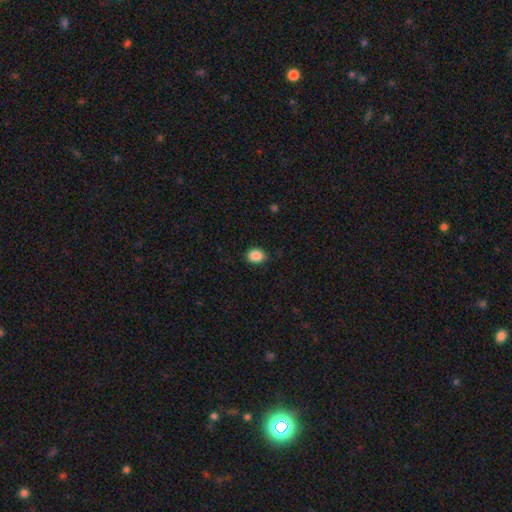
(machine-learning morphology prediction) A smooth galaxy with no disk features (88%) that is in between round and cigar-shaped (53%).

Vote fractions:
- Smooth or featured? smooth: 88% / star or artifact: 9% / featured or disk: 3%
- How rounded? in between: 53% / round: 46% / cigar-shaped: 1%
- Merging? none: 87% / minor disturbance: 10% / major disturbance: 2% / merger: 1%